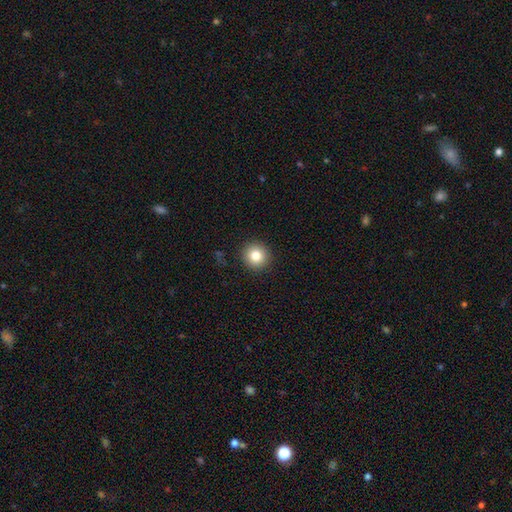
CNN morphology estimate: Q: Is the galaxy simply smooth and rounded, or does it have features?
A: smooth — 81%.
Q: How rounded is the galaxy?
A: round — 95%.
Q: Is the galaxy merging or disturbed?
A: none — 92%.